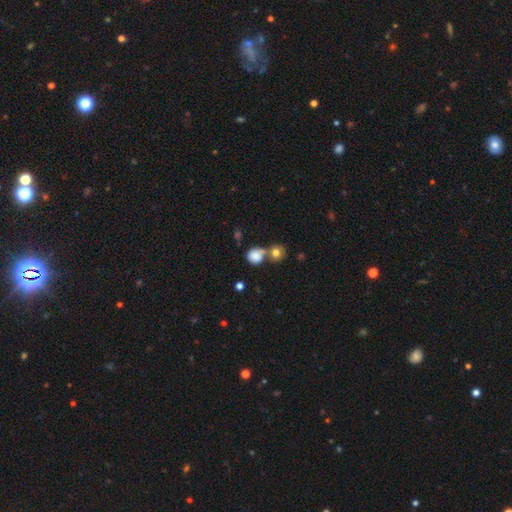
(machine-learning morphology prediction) Q: Smooth or featured?
A: smooth (83%); runner-up: star or artifact (9%)
Q: How rounded?
A: round (81%); runner-up: in between (18%)
Q: Merging?
A: merger (42%); runner-up: none (41%)